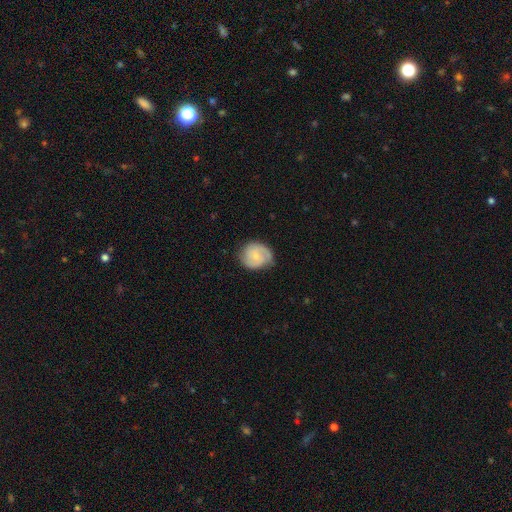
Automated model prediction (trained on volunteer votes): Smooth or featured? Predicted: featured or disk (p=0.57). Edge-on disk? Predicted: no (p=0.98). Bar? Predicted: no (p=0.66). Spiral arms? Predicted: yes (p=0.91). Spiral winding? Predicted: tight (p=0.50). Spiral arm count? Predicted: 2 (p=0.67). Bulge size? Predicted: small (p=0.63). Merging? Predicted: none (p=0.70).